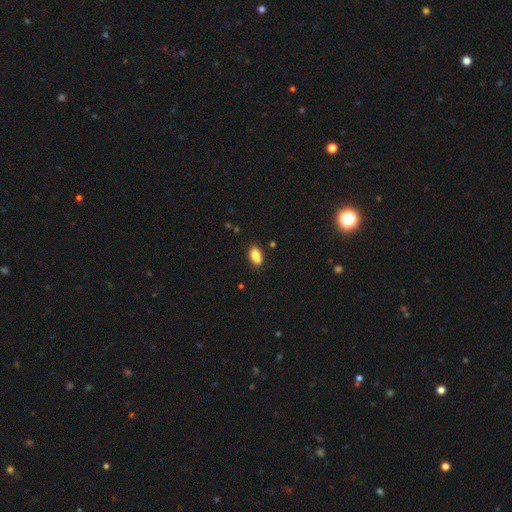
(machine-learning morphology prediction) The model was most divided on "merging": none: 81%, minor disturbance: 13%, merger: 4%, major disturbance: 2%. More confident: how rounded — in between (91%); smooth or featured — smooth (85%).